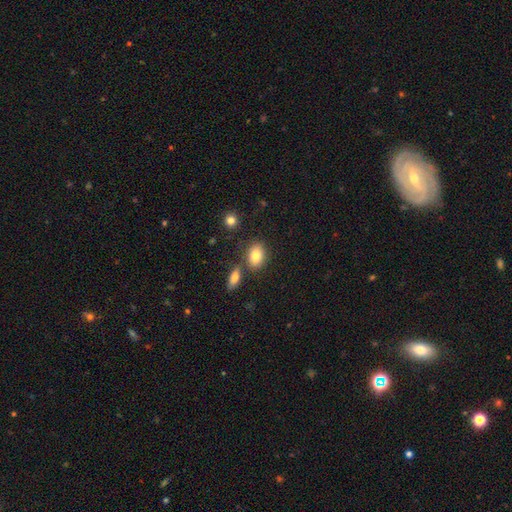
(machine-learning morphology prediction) type=smooth (82%); roundness=in between (75%); merging=none (71%).